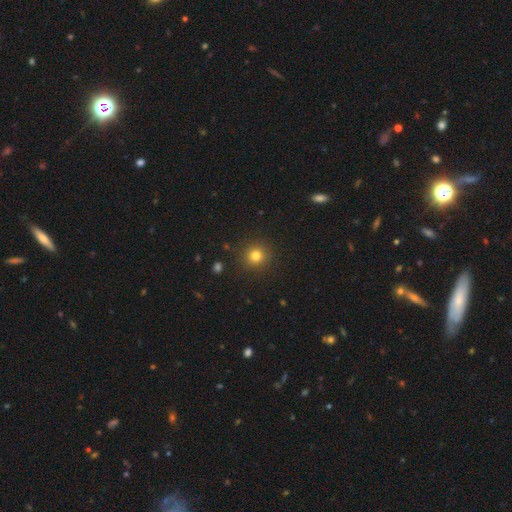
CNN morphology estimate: The model was most divided on "smooth or featured": smooth: 80%, star or artifact: 13%, featured or disk: 6%. More confident: how rounded — round (92%); merging — none (90%).